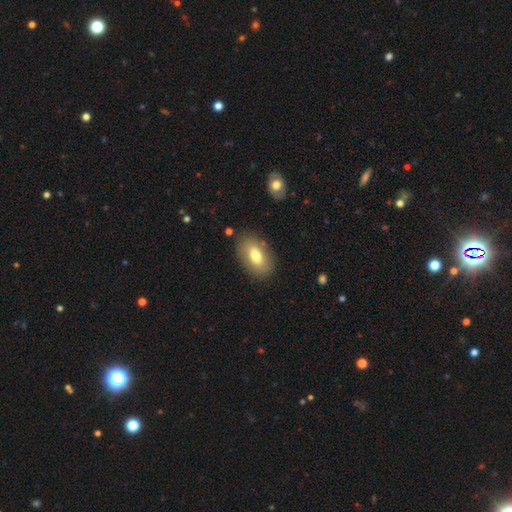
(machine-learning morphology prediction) Q: Smooth or featured?
A: smooth (73%); runner-up: featured or disk (20%)
Q: How rounded?
A: in between (92%); runner-up: round (6%)
Q: Merging?
A: none (83%); runner-up: minor disturbance (12%)